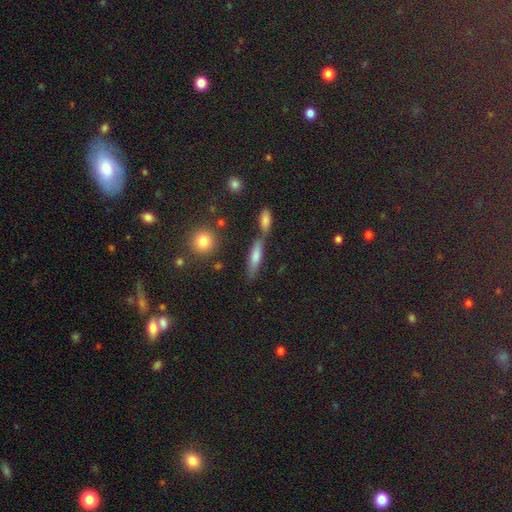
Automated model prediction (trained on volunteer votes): Smooth or featured?
  - smooth: 46% *
  - featured or disk: 33%
  - star or artifact: 21%
Merging?
  - none: 73% *
  - minor disturbance: 12%
  - merger: 11%
  - major disturbance: 4%